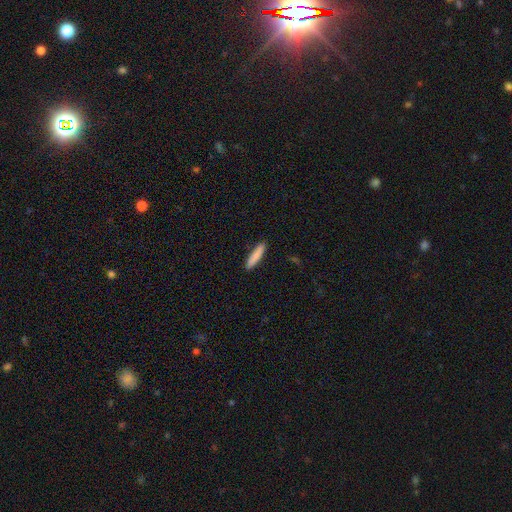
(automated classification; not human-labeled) smooth 85%, featured or disk 9%, star or artifact 6%. Down the decision tree: how rounded — cigar-shaped (88%); merging — none (91%).